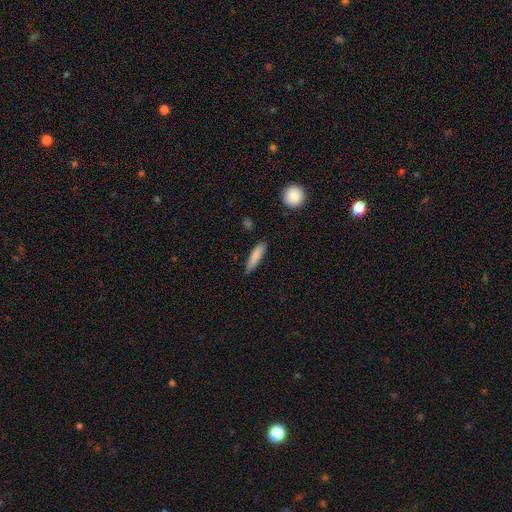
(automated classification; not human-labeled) smooth_or_featured: smooth (p=0.83) [alt: featured or disk p=0.10]
how_rounded: cigar-shaped (p=0.81) [alt: in between p=0.18]
merging: none (p=0.78) [alt: minor disturbance p=0.18]